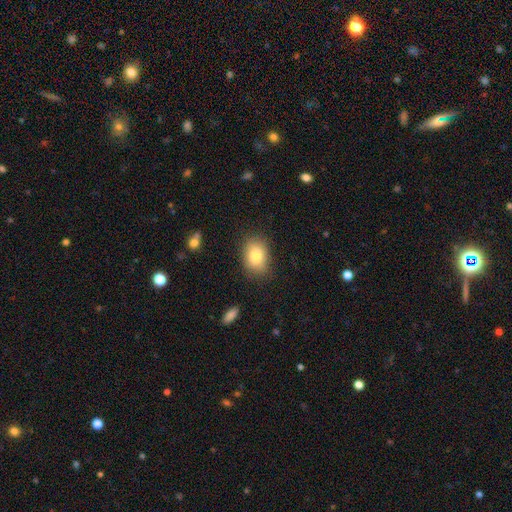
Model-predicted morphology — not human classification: This is clearly a smooth galaxy (83%). How rounded: likely in between (76%). Merging: clearly none (82%).